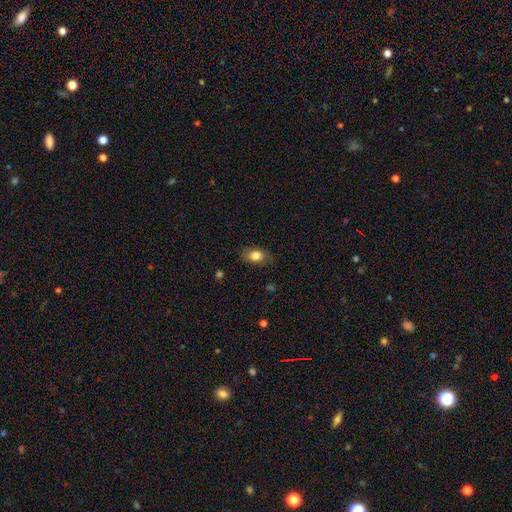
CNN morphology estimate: Smooth or featured? Predicted: smooth (p=0.82). How rounded? Predicted: in between (p=0.84). Merging? Predicted: none (p=0.82).